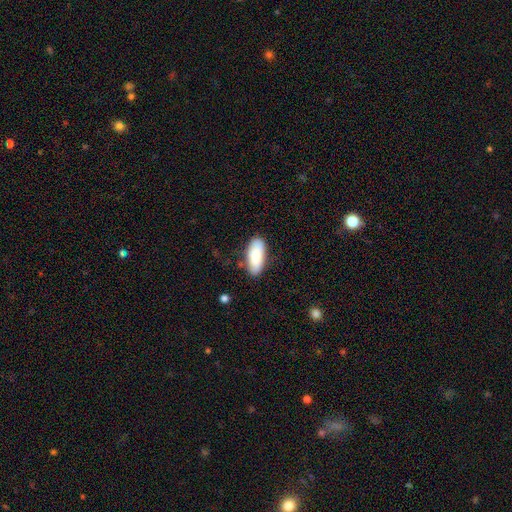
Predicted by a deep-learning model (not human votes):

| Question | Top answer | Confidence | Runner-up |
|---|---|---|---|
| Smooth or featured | smooth | 86% | featured or disk (8%) |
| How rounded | in between | 85% | cigar-shaped (13%) |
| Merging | none | 82% | minor disturbance (13%) |